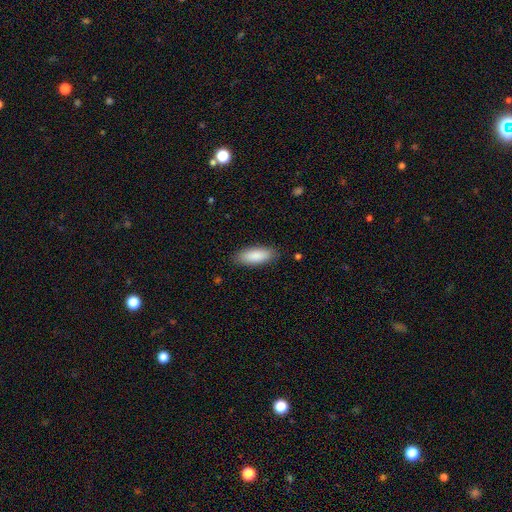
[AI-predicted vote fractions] Smooth or featured? smooth (88%)
How rounded? in between (71%)
Merging? none (87%)